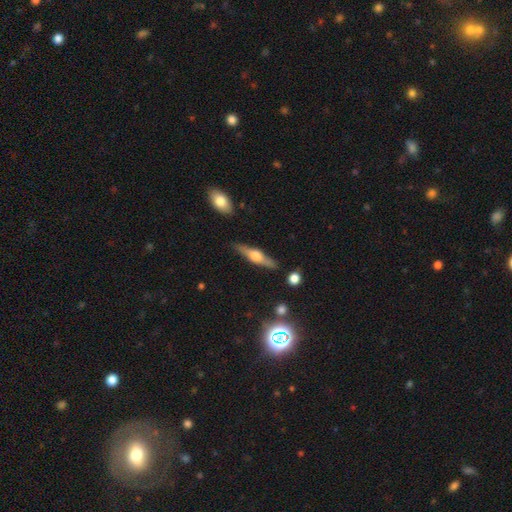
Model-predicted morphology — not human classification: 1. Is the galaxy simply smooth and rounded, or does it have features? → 67% featured or disk, 27% smooth, 6% star or artifact.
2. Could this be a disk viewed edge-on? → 96% yes, 4% no.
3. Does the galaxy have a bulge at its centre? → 91% rounded, 7% boxy, 2% none.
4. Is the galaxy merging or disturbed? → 86% none, 10% minor disturbance, 2% major disturbance, 2% merger.